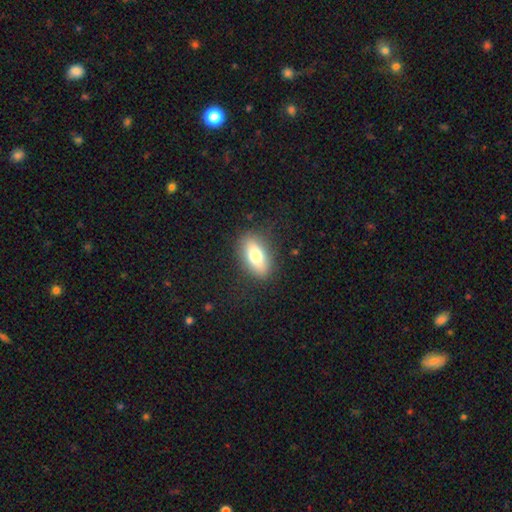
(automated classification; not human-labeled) smooth-or-featured: smooth: 72% | featured or disk: 20% | star or artifact: 8%
  how-rounded: in between: 83% | cigar-shaped: 10% | round: 7%
  merging: none: 85% | minor disturbance: 10% | major disturbance: 3% | merger: 1%